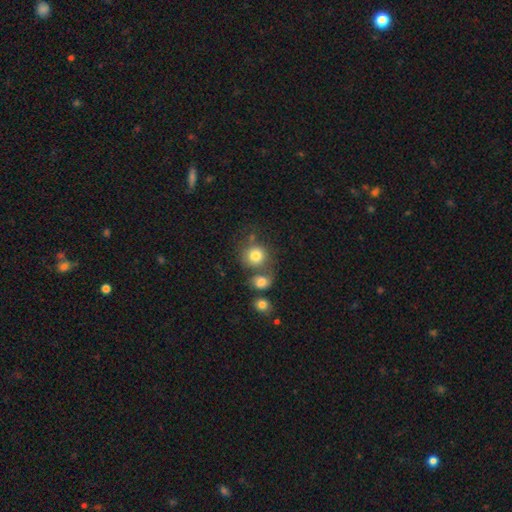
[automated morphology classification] smooth_or_featured: smooth (p=0.79) [alt: featured or disk p=0.11]
how_rounded: round (p=0.86) [alt: in between p=0.13]
merging: none (p=0.48) [alt: merger p=0.33]